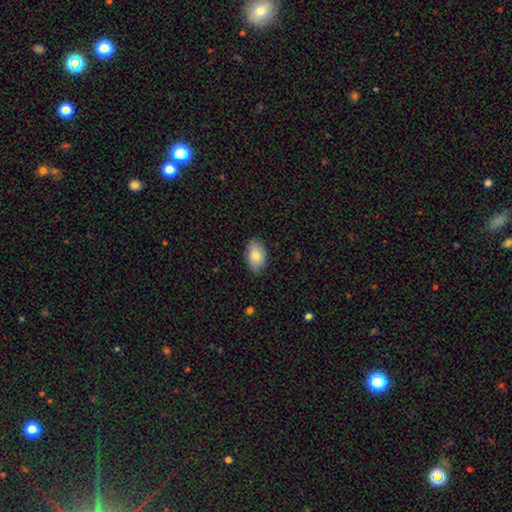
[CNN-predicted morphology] Smooth or featured: smooth — 80% (featured or disk — 13%)
How rounded: in between — 88% (round — 11%)
Merging: none — 82% (minor disturbance — 15%)